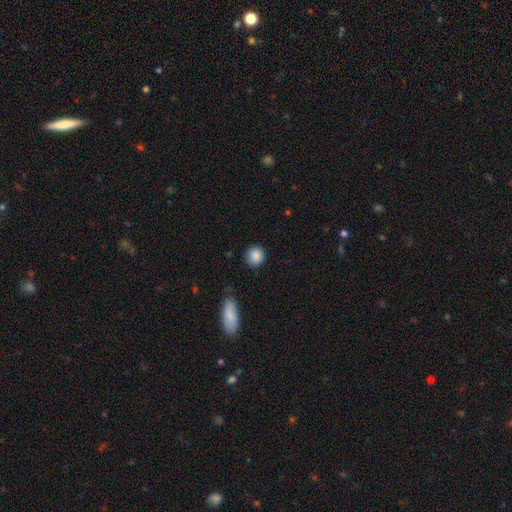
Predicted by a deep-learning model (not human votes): A smooth galaxy with no disk features (87%) that is round (91%). Merging: none (87%).